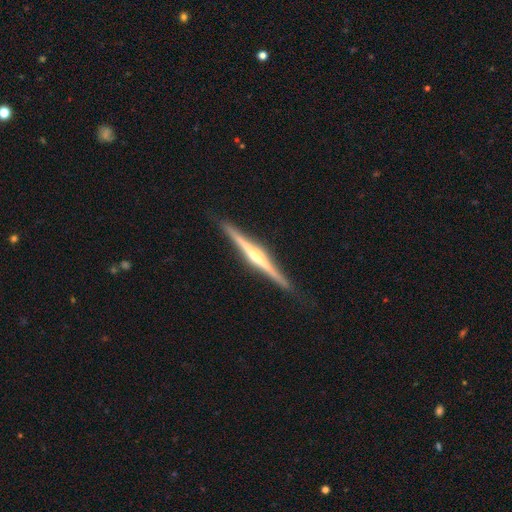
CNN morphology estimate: smooth-or-featured: featured or disk: 85% | smooth: 11% | star or artifact: 4%
  disk-edge-on: yes: 98% | no: 2%
    edge-on-bulge: rounded: 84% | none: 8% | boxy: 7%
  merging: none: 89% | minor disturbance: 8% | major disturbance: 1% | merger: 1%